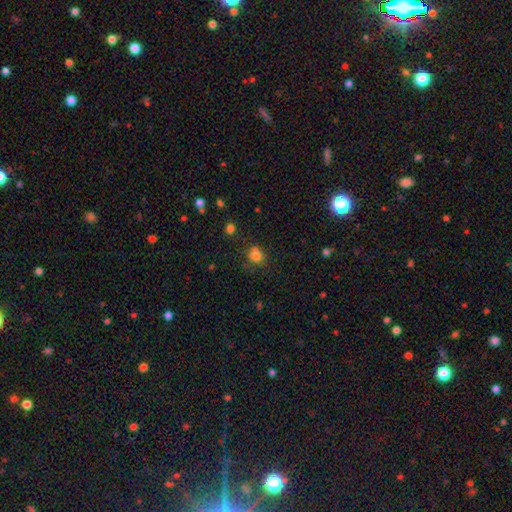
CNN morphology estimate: A smooth galaxy with no disk features (76%) that is round (76%). Merging: none (55%).